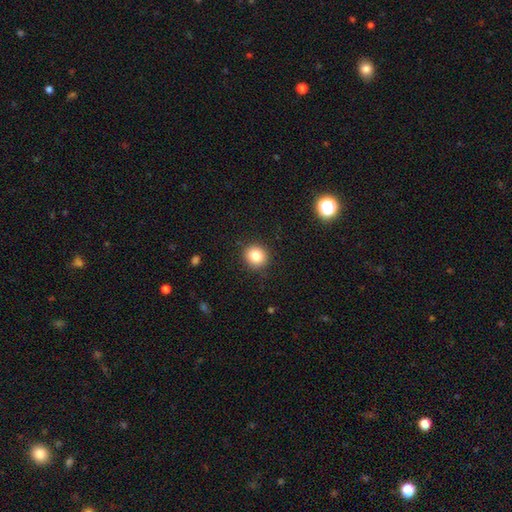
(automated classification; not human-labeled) The model was most divided on "smooth or featured": smooth: 83%, star or artifact: 10%, featured or disk: 6%. More confident: merging — none (90%); how rounded — round (89%).